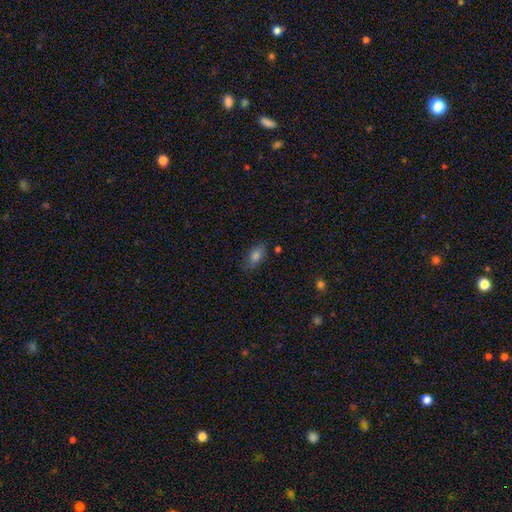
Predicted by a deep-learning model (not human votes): smooth 74%, featured or disk 13%, star or artifact 13%. Down the decision tree: how rounded — in between (85%); merging — none (78%).